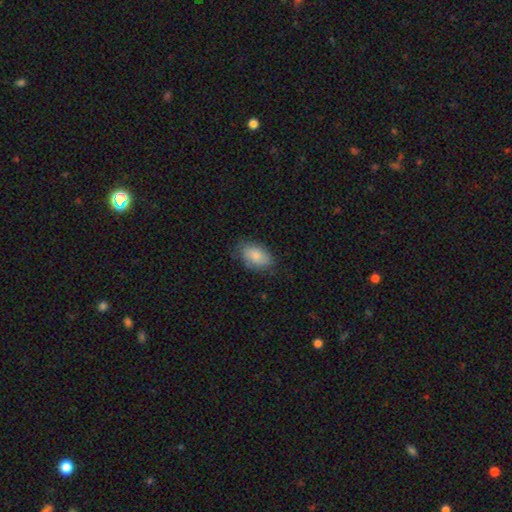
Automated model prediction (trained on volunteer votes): Smooth or featured?
  - smooth: 77% *
  - featured or disk: 16%
  - star or artifact: 7%
How rounded?
  - in between: 88% *
  - round: 11%
  - cigar-shaped: 1%
Merging?
  - none: 73% *
  - minor disturbance: 21%
  - major disturbance: 5%
  - merger: 1%